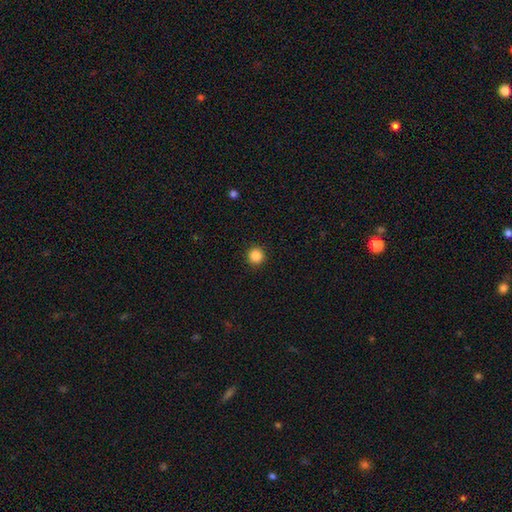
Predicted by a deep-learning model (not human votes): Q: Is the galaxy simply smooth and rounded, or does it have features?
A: smooth — 86%.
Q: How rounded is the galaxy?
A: round — 95%.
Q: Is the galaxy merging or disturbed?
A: none — 93%.